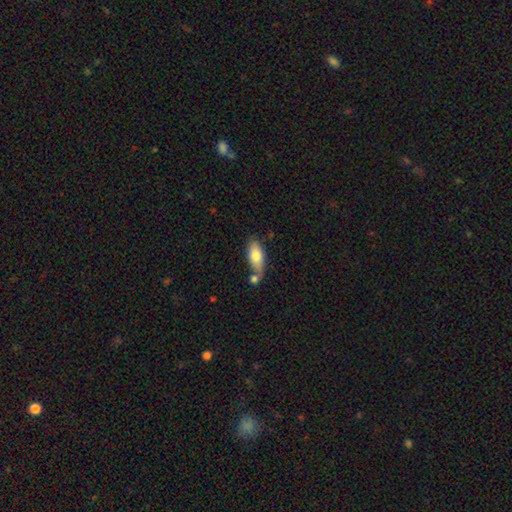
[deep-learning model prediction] smooth-or-featured: smooth: 75% | featured or disk: 18% | star or artifact: 6%
  how-rounded: in between: 82% | cigar-shaped: 15% | round: 3%
  merging: none: 48% | merger: 30% | minor disturbance: 17% | major disturbance: 5%